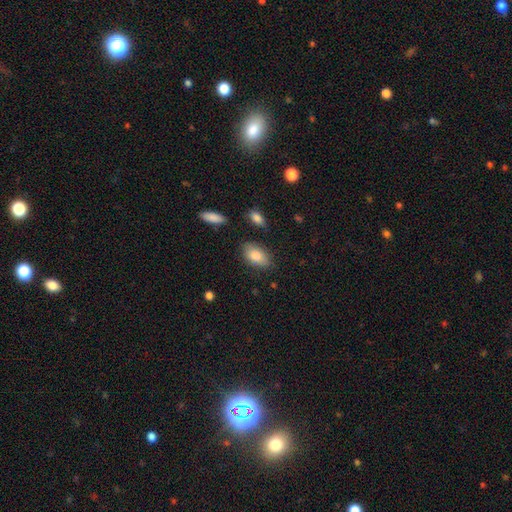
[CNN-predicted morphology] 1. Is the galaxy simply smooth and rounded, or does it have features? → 83% smooth, 10% featured or disk, 7% star or artifact.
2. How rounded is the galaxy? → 92% in between, 6% round, 2% cigar-shaped.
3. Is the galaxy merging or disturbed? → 80% none, 14% minor disturbance, 3% major disturbance, 3% merger.